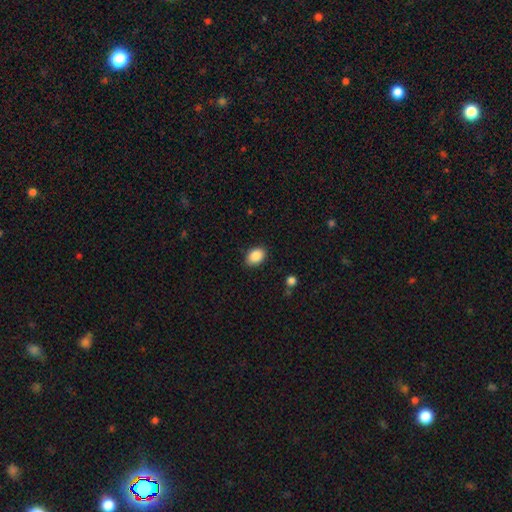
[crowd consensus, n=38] Overall: smooth (95%). How rounded: in between (72%). Merging: none (76%).